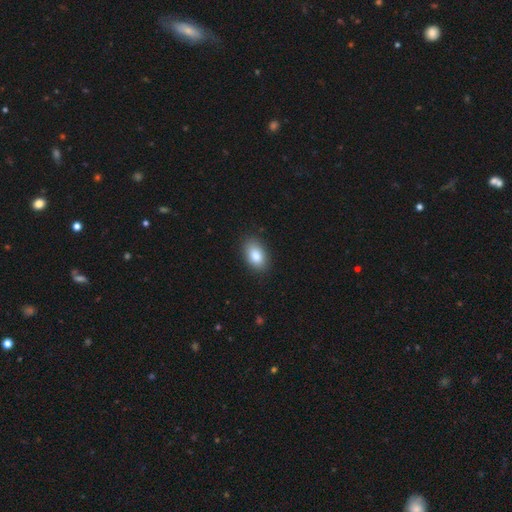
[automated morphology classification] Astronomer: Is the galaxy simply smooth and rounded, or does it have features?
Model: smooth — 85%.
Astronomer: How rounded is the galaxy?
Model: in between — 91%.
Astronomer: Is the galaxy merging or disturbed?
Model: none — 86%.